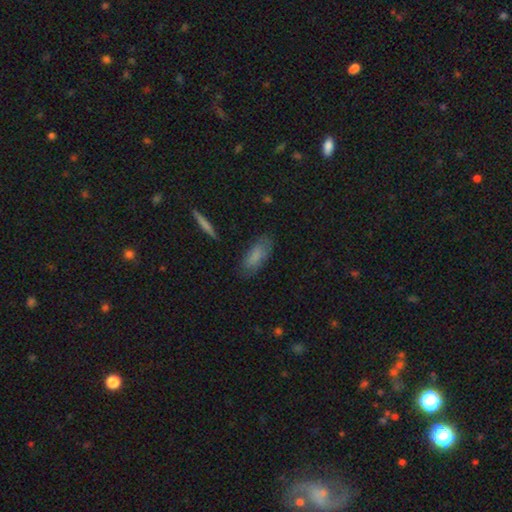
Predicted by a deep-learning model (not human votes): Overall: smooth (76%). How rounded: in between (73%). Merging: none (76%).